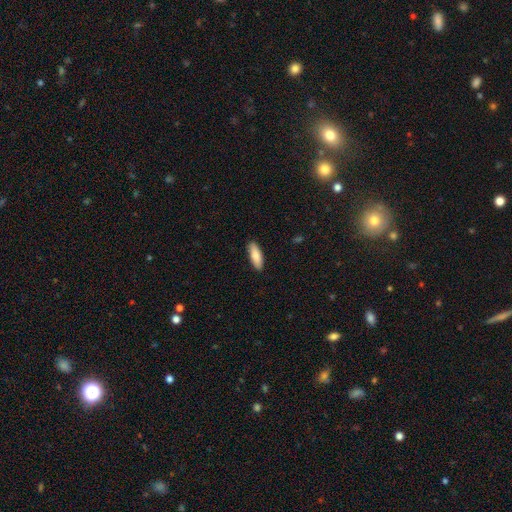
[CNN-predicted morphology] The model was most divided on "how rounded": in between: 60%, cigar-shaped: 38%, round: 2%. More confident: merging — none (89%); smooth or featured — smooth (85%).